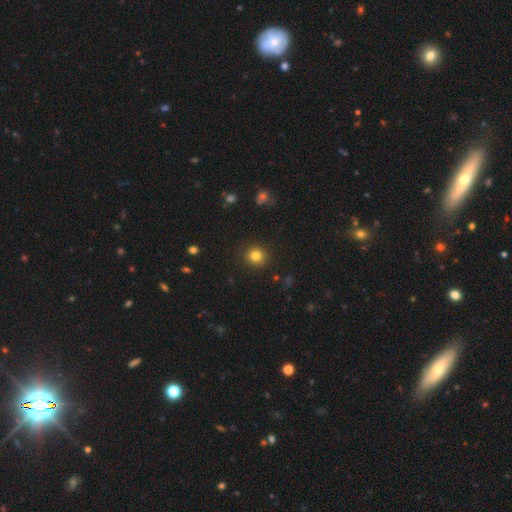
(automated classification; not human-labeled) A smooth galaxy with no disk features (82%) that is round (89%). Merging: none (91%).